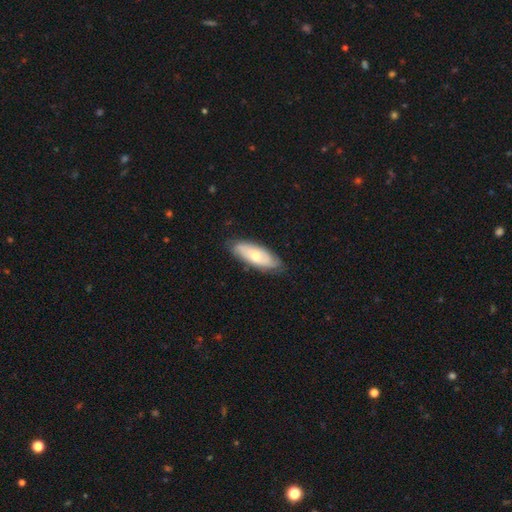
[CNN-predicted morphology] Smooth or featured: smooth — 49% (featured or disk — 45%)
Merging: none — 79% (minor disturbance — 17%)